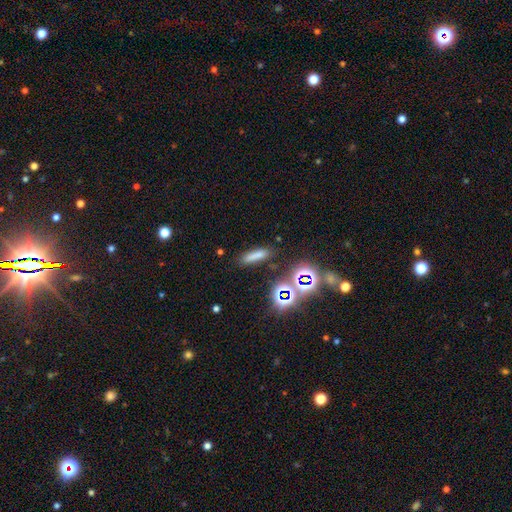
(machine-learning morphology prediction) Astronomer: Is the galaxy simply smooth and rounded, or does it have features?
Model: smooth — 67%.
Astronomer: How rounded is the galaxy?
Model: cigar-shaped — 74%.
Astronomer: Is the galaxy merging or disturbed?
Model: none — 81%.